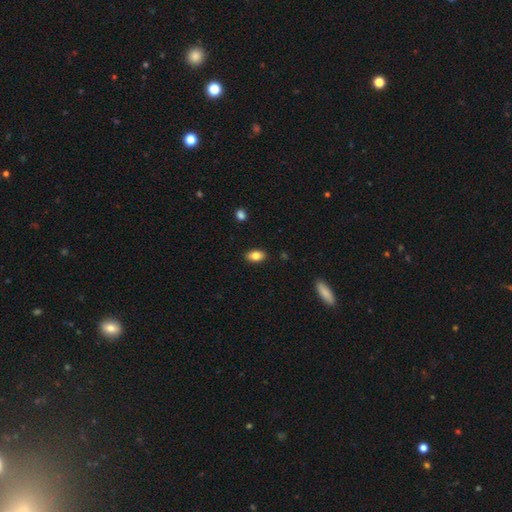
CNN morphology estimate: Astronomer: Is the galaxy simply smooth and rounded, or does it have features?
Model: smooth — 83%.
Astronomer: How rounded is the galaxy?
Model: in between — 90%.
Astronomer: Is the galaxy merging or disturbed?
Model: none — 88%.